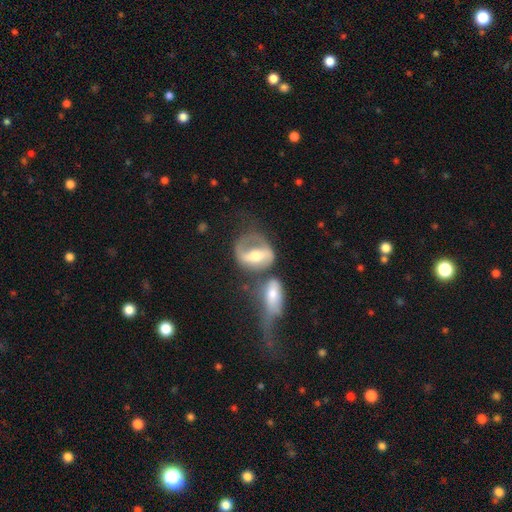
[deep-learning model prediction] smooth_or_featured: featured or disk (p=0.65) [alt: smooth p=0.29]
disk_edge_on: no (p=0.92) [alt: yes p=0.08]
bar: strong (p=0.47) [alt: weak p=0.33]
has_spiral_arms: yes (p=0.61) [alt: no p=0.39]
bulge_size: moderate (p=0.66) [alt: small p=0.19]
merging: merger (p=0.38) [alt: none p=0.29]